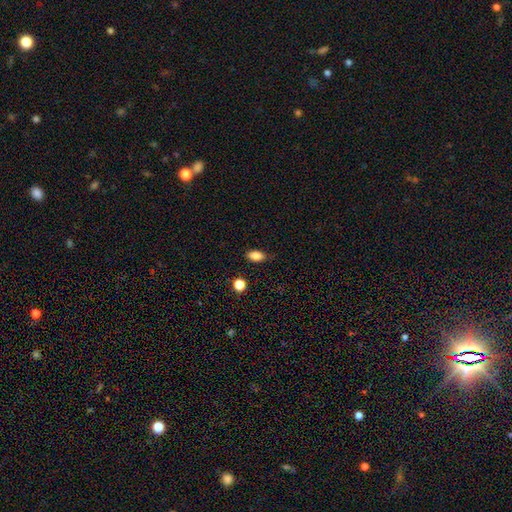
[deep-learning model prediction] This is clearly a smooth galaxy (86%). How rounded: clearly in between (88%). Merging: likely none (77%).